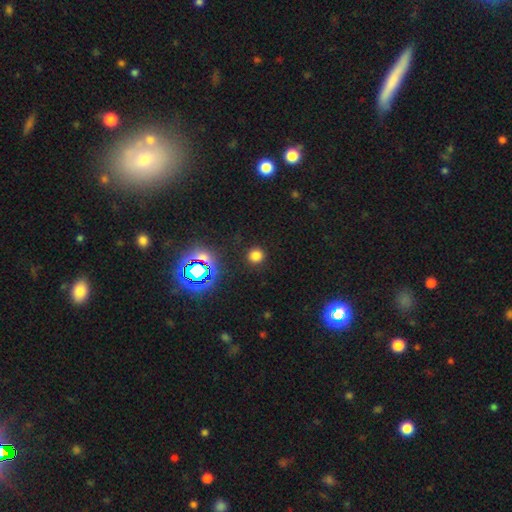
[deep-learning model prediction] Smooth or featured? smooth (74%)
How rounded? round (92%)
Merging? none (90%)